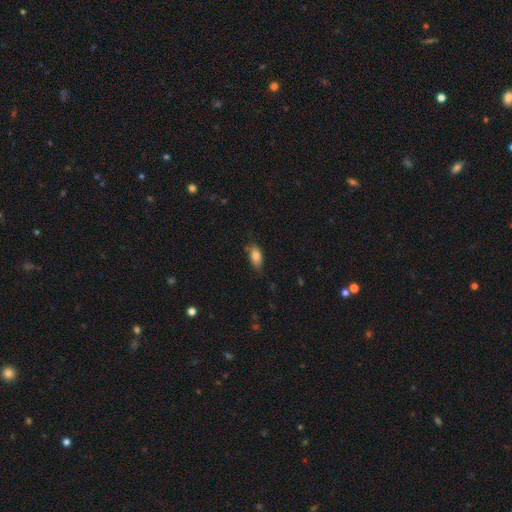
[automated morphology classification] A smooth galaxy with no disk features (83%) that is in between round and cigar-shaped (89%). Merging: none (71%).